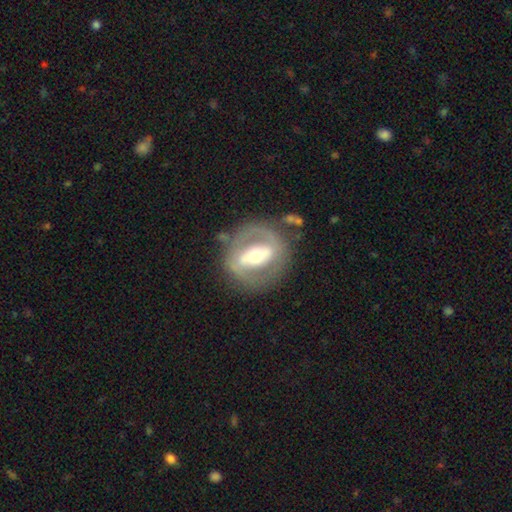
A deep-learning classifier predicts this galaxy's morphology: type=featured or disk (73%); edge-on=no (94%); bar=strong (53%); spiral arms=yes (50%, tied with no); bulge=moderate (65%); merging=none (74%).